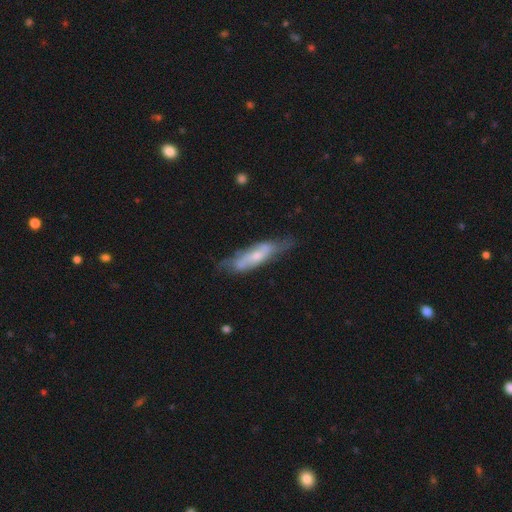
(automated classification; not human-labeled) A featured or disk galaxy (60%).

Vote fractions:
- Smooth or featured? featured or disk: 60% / smooth: 34% / star or artifact: 7%
- Edge-on disk? no: 64% / yes: 36%
- Merging? none: 53% / minor disturbance: 29% / major disturbance: 14% / merger: 4%